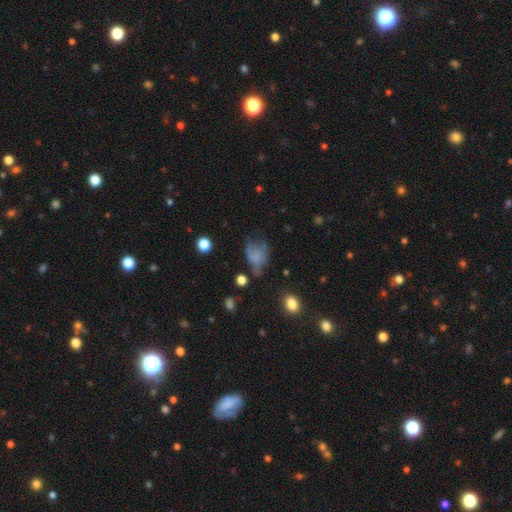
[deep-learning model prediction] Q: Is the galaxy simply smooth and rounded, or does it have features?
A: smooth — 63%.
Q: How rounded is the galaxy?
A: in between — 65%.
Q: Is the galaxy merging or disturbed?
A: none — 32%, tied with major disturbance.